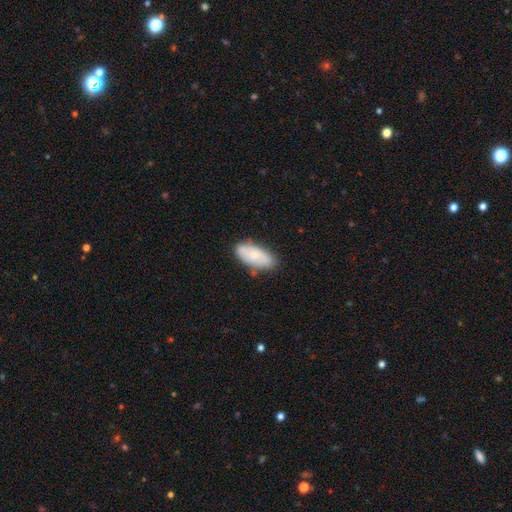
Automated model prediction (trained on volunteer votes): smooth 68%, featured or disk 26%, star or artifact 6%. Down the decision tree: how rounded — in between (90%); merging — none (76%).